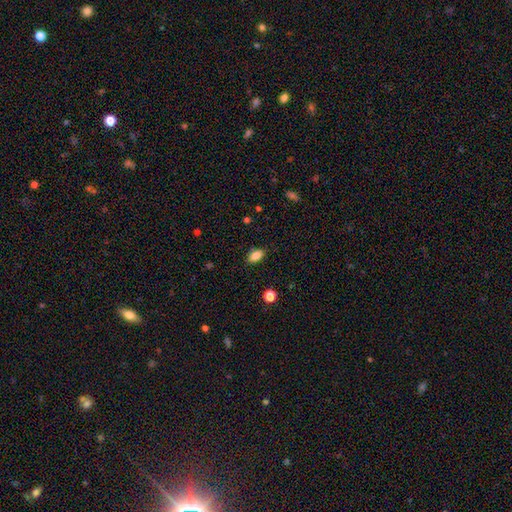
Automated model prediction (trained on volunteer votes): A smooth galaxy with no disk features (84%) that is in between round and cigar-shaped (88%). Merging: none (85%).